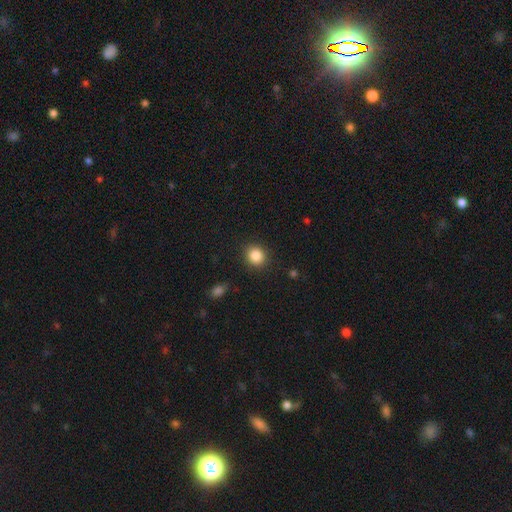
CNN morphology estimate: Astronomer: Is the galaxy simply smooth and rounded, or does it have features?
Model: smooth — 86%.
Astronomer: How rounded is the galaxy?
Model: round — 82%.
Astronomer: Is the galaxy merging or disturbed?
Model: none — 89%.